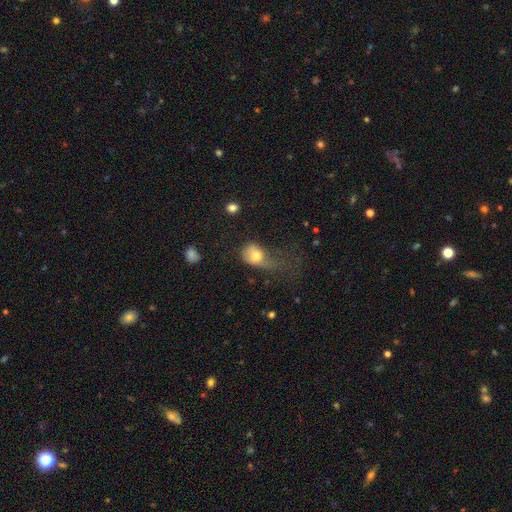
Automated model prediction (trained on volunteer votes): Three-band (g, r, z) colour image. It shows a smooth galaxy with no disk features (74%) that is in between round and cigar-shaped (57%). Merging: major disturbance (56%).